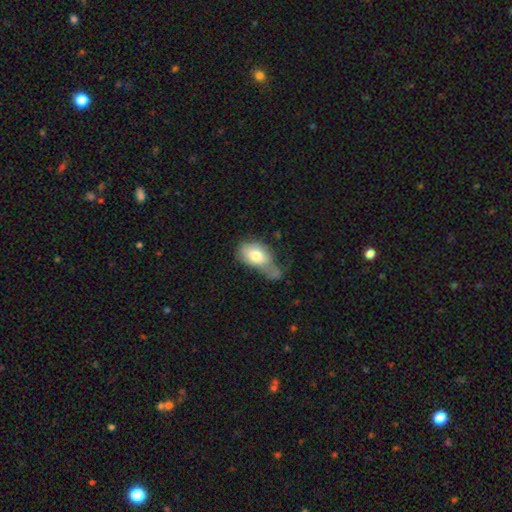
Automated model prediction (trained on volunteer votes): smooth_or_featured: smooth (p=0.74) [alt: featured or disk p=0.18]
how_rounded: in between (p=0.85) [alt: round p=0.12]
merging: major disturbance (p=0.36) [alt: minor disturbance p=0.27]